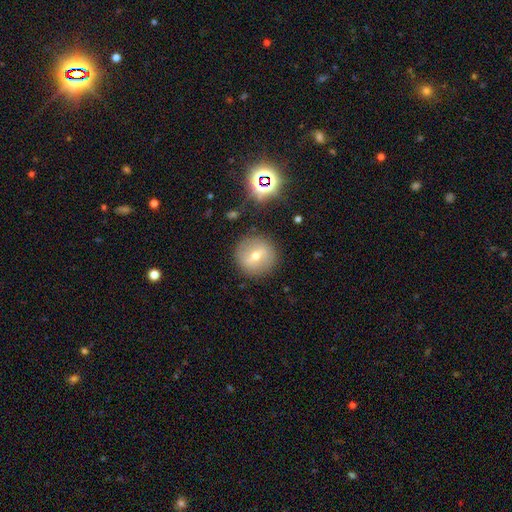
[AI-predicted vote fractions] Smooth or featured? smooth (50%)
How rounded? round (93%)
Merging? none (86%)